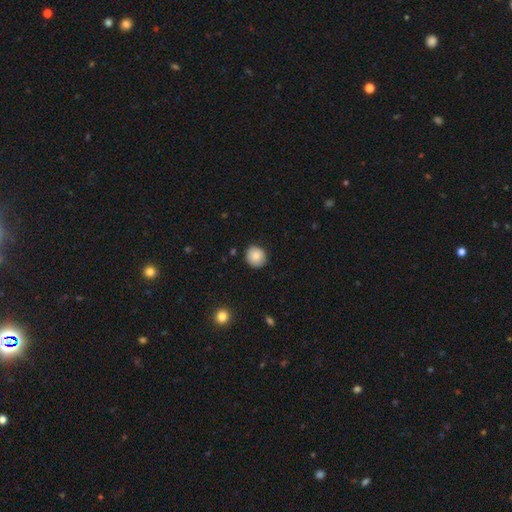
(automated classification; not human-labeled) Smooth or featured? smooth (85%)
How rounded? round (86%)
Merging? none (88%)